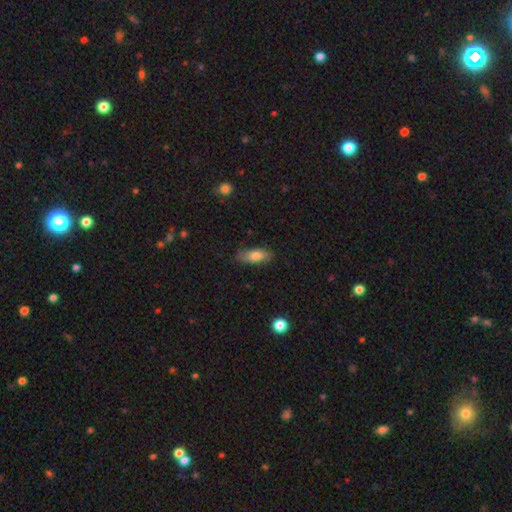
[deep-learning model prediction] Q: Smooth or featured?
A: smooth (77%); runner-up: featured or disk (16%)
Q: How rounded?
A: in between (74%); runner-up: cigar-shaped (23%)
Q: Merging?
A: none (78%); runner-up: minor disturbance (17%)